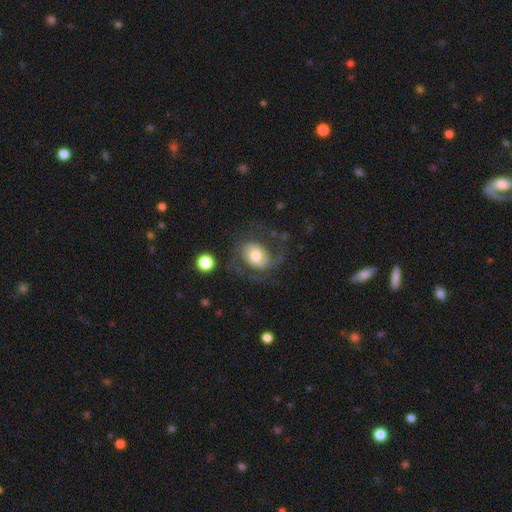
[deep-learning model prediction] A featured or disk galaxy (64%) with no bar (66%), 2 (76%) medium (45%) spiral arms (82%) and a moderate central bulge (65%).

Vote fractions:
- Smooth or featured? featured or disk: 64% / smooth: 28% / star or artifact: 7%
- Edge-on disk? no: 97% / yes: 3%
- Bar? no: 66% / weak: 27% / strong: 8%
- Spiral arms? yes: 82% / no: 18%
- Spiral winding? medium: 45% / loose: 37% / tight: 18%
- Spiral arm count? 2: 76% / 1: 12% / can't tell: 8% / 3: 2% / 4: 1% / more than 4: 1%
- Bulge size? moderate: 65% / large: 19% / small: 11% / dominant: 3% / none: 2%
- Merging? none: 53% / major disturbance: 27% / minor disturbance: 17% / merger: 3%